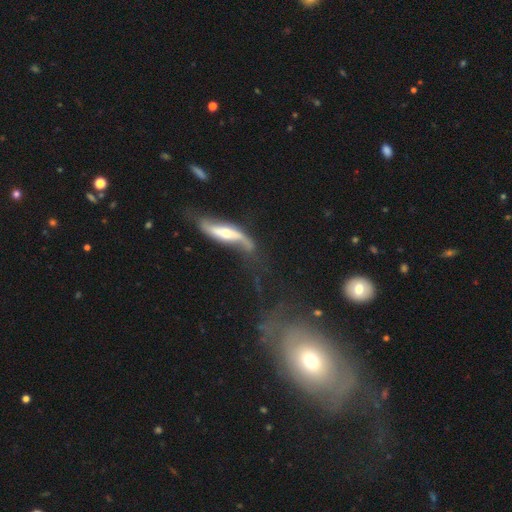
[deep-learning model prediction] A featured or disk galaxy (73%) with no bar (51%), spiral arms (77%) and a moderate central bulge (49%). Merging: major disturbance (36%).